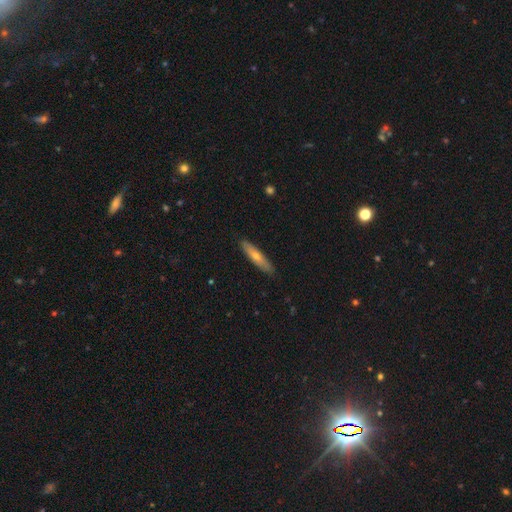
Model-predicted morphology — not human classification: The model was most divided on "smooth or featured": smooth: 54%, featured or disk: 40%, star or artifact: 6%. More confident: merging — none (88%); how rounded — cigar-shaped (84%).